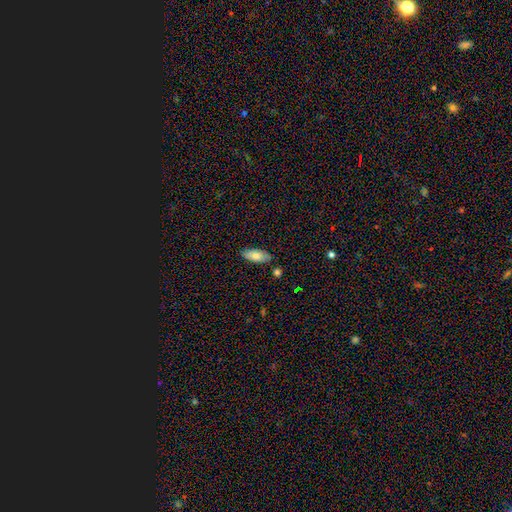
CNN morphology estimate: The model was most divided on "smooth or featured": smooth: 76%, featured or disk: 17%, star or artifact: 7%. More confident: how rounded — in between (87%); merging — none (81%).